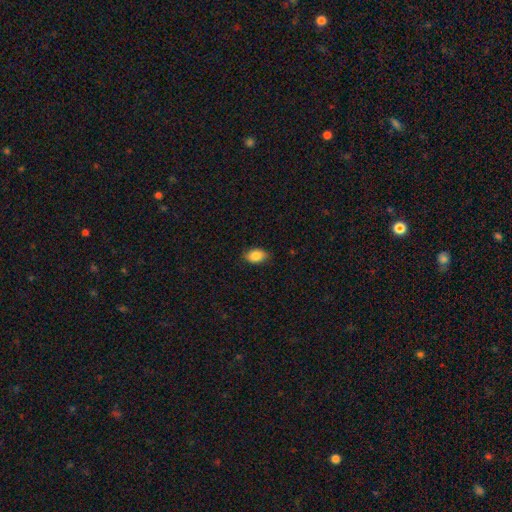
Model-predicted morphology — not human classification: smooth 87%, star or artifact 8%, featured or disk 6%. Down the decision tree: how rounded — in between (87%); merging — none (84%).